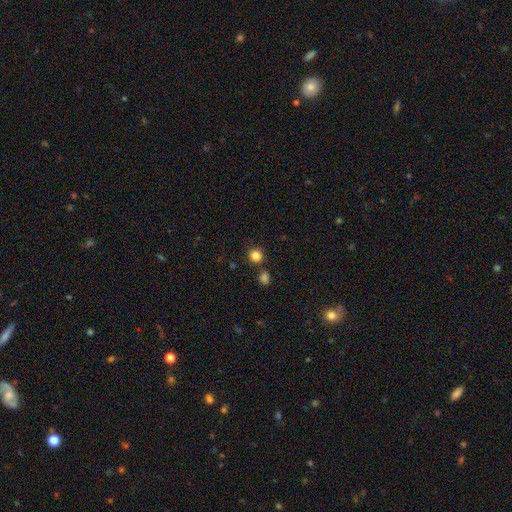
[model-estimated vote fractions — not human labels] smooth_or_featured: smooth (p=0.83) [alt: star or artifact p=0.12]
how_rounded: round (p=0.90) [alt: in between p=0.09]
merging: none (p=0.81) [alt: merger p=0.09]